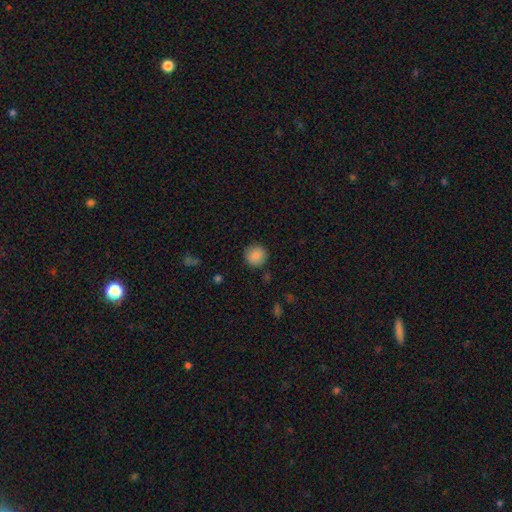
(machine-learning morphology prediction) Overall: smooth (87%). How rounded: round (93%). Merging: none (89%).